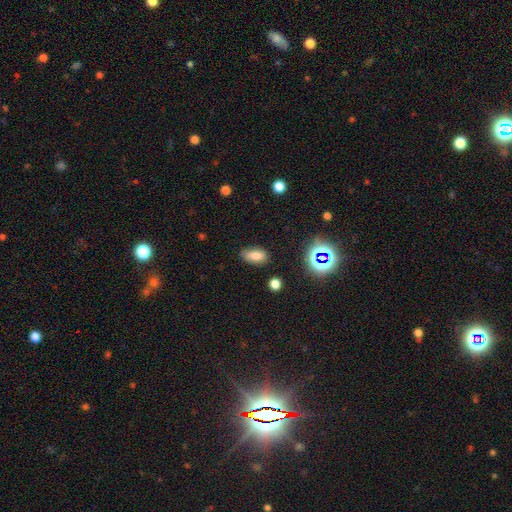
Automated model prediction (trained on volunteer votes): Smooth or featured? Predicted: smooth (p=0.75). How rounded? Predicted: in between (p=0.88). Merging? Predicted: none (p=0.79).